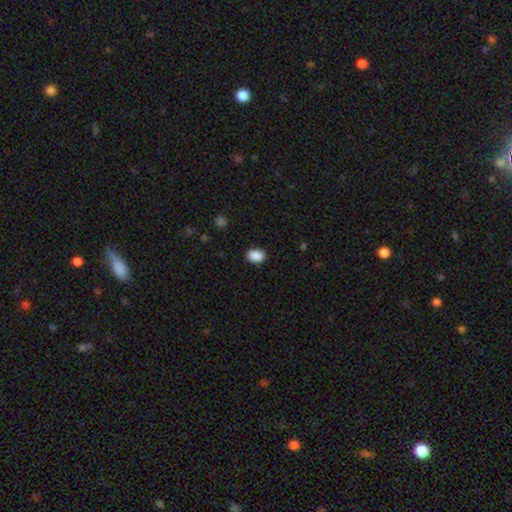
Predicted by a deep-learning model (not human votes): Morphology: type=smooth (90%); roundness=in between (82%); merging=none (88%).